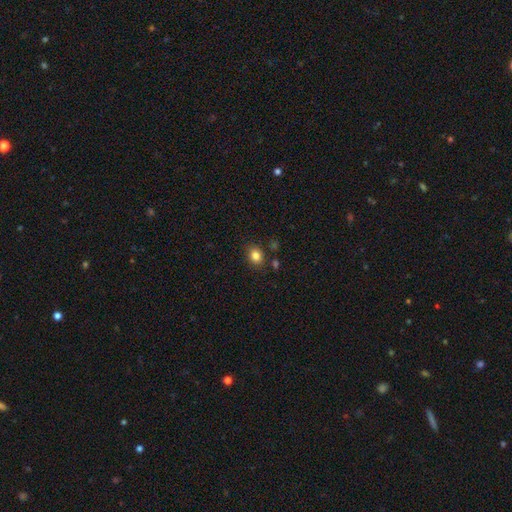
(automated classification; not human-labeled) A smooth galaxy with no disk features (84%) that is round (59%). Merging: none (83%).